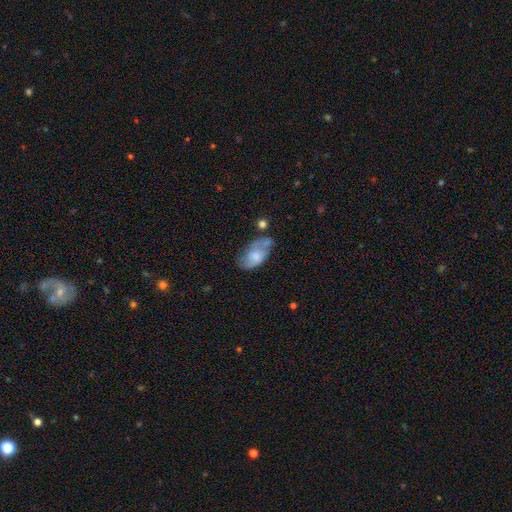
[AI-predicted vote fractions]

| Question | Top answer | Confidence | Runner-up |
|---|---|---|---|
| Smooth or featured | smooth | 56% | featured or disk (37%) |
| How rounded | in between | 92% | round (4%) |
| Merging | none | 44% | minor disturbance (31%) |